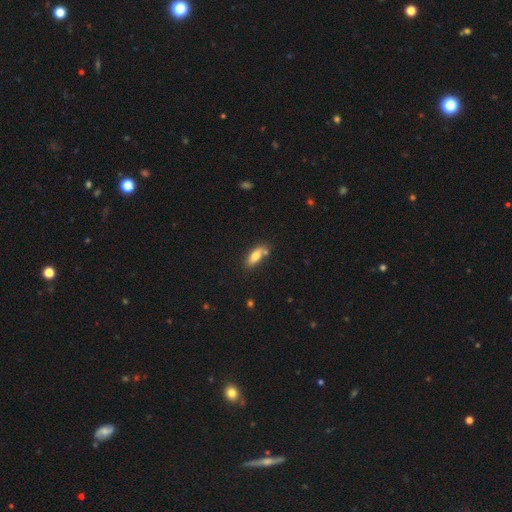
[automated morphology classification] Smooth or featured?
  - smooth: 76% *
  - featured or disk: 16%
  - star or artifact: 7%
How rounded?
  - in between: 73% *
  - cigar-shaped: 25%
  - round: 3%
Merging?
  - none: 64% *
  - minor disturbance: 18%
  - merger: 14%
  - major disturbance: 4%